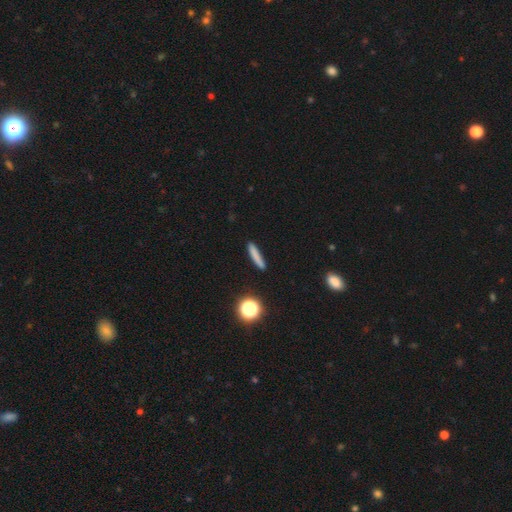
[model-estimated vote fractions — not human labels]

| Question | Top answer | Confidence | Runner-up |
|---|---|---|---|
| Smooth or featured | smooth | 77% | featured or disk (12%) |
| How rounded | cigar-shaped | 92% | in between (6%) |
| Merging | none | 87% | minor disturbance (9%) |